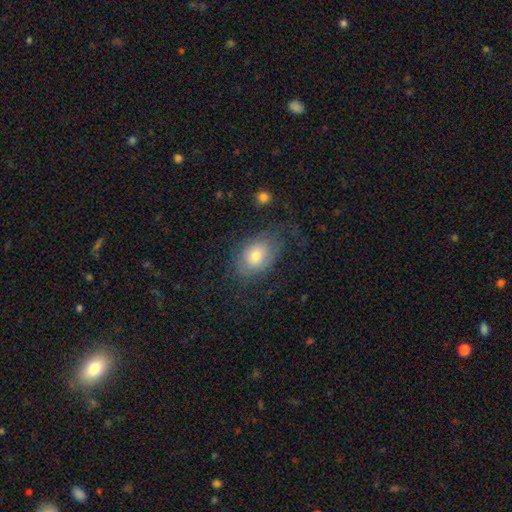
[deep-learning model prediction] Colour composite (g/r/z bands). It shows a smooth galaxy with no disk features (60%) that is in between round and cigar-shaped (79%). Merging: none (60%).